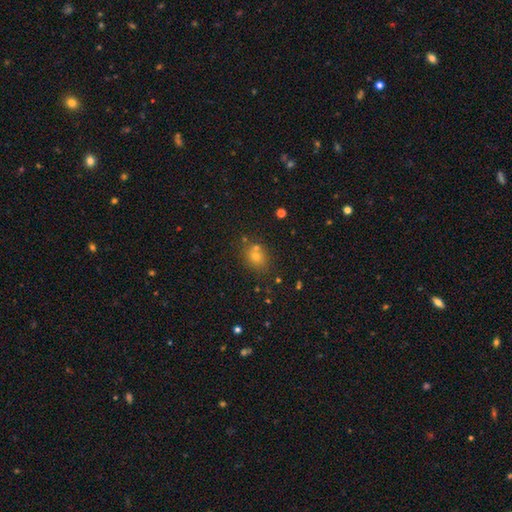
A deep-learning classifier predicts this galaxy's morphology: A smooth galaxy with no disk features (63%) that is round (62%). Merging: none (67%).